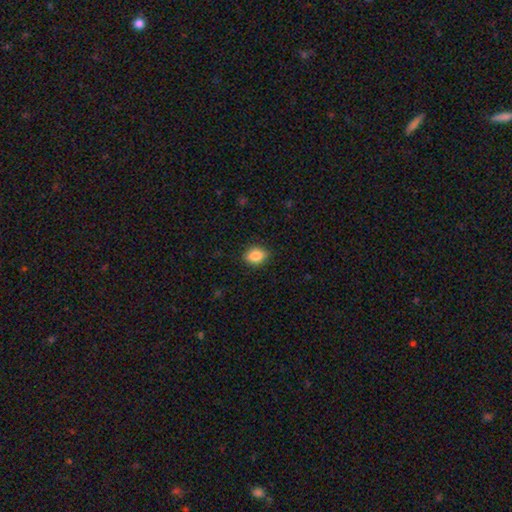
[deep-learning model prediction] Smooth or featured? Predicted: smooth (p=0.84). How rounded? Predicted: in between (p=0.62). Merging? Predicted: none (p=0.87).